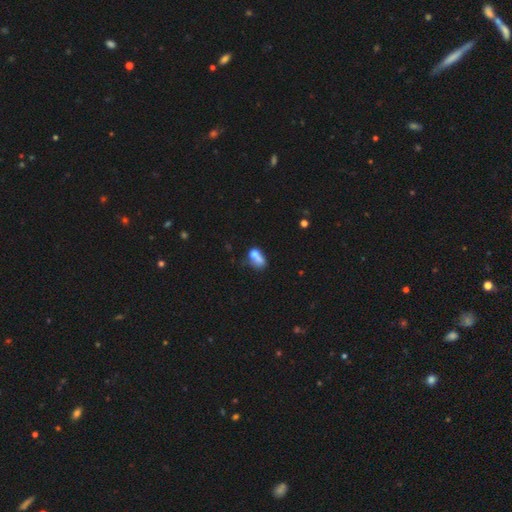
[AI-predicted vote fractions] This is likely a smooth galaxy (67%). How rounded: likely in between (72%). Merging: possibly merger (49%).